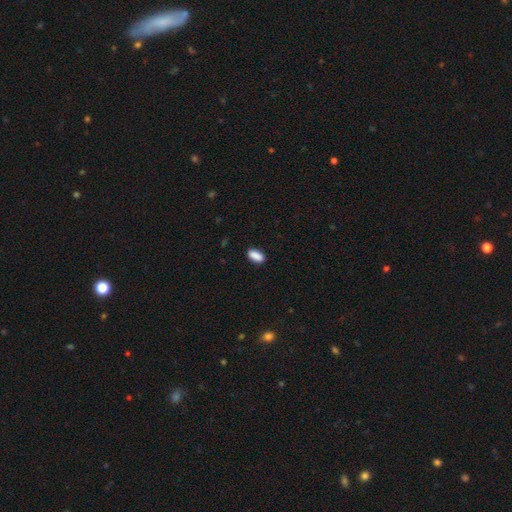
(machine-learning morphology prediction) Smooth or featured?
  - smooth: 89% *
  - star or artifact: 7%
  - featured or disk: 4%
How rounded?
  - in between: 86% *
  - cigar-shaped: 11%
  - round: 3%
Merging?
  - none: 87% *
  - minor disturbance: 10%
  - major disturbance: 2%
  - merger: 1%